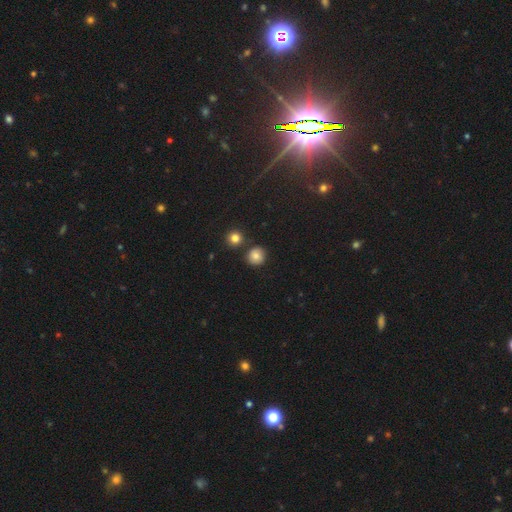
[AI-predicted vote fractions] smooth 80%, star or artifact 13%, featured or disk 7%. Down the decision tree: how rounded — round (91%); merging — none (83%).